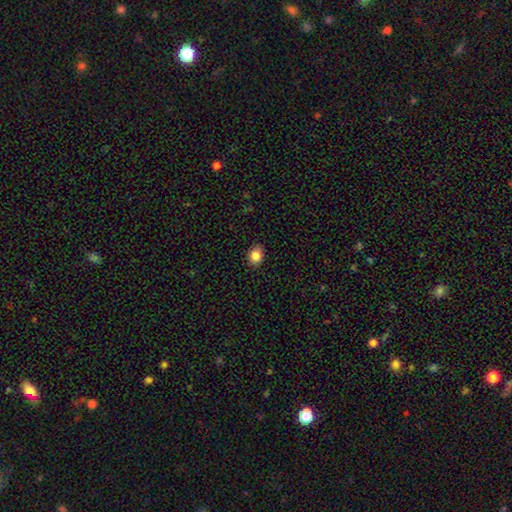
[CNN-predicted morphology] The model was most divided on "how rounded": in between: 50%, round: 49%, cigar-shaped: 1%. More confident: merging — none (87%); smooth or featured — smooth (85%).